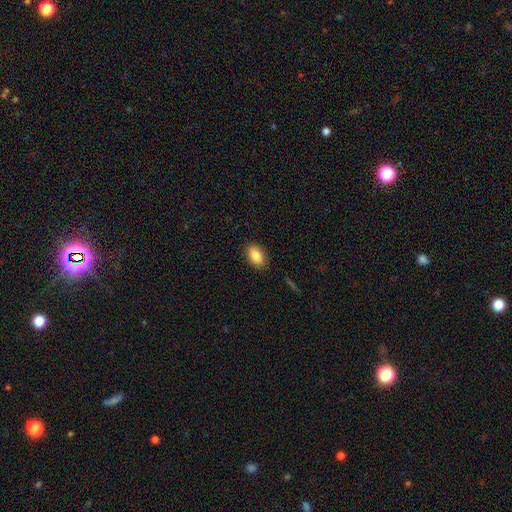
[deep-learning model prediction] Overall: smooth (85%). How rounded: in between (89%). Merging: none (87%).